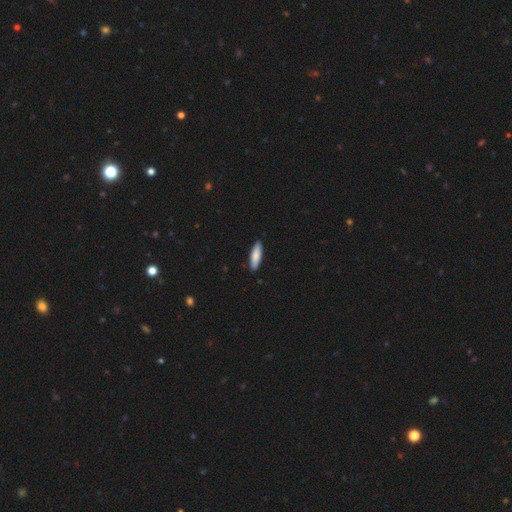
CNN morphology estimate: Q: Smooth or featured?
A: smooth (83%); runner-up: featured or disk (12%)
Q: How rounded?
A: cigar-shaped (60%); runner-up: in between (38%)
Q: Merging?
A: none (90%); runner-up: minor disturbance (8%)